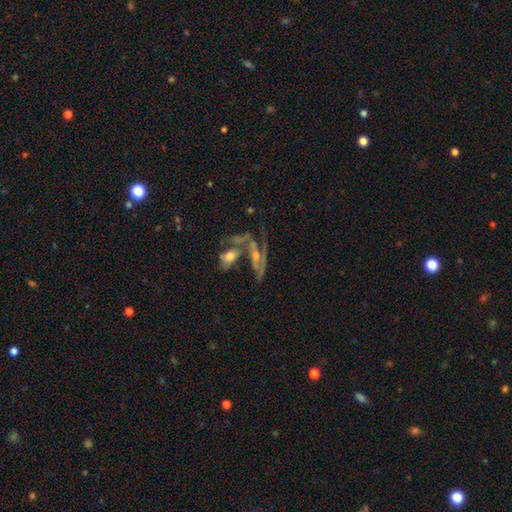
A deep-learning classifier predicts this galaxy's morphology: A featured or disk galaxy (69%) with no bar (60%), spiral arms (72%) and a small central bulge (44%). Merging: merger (49%).